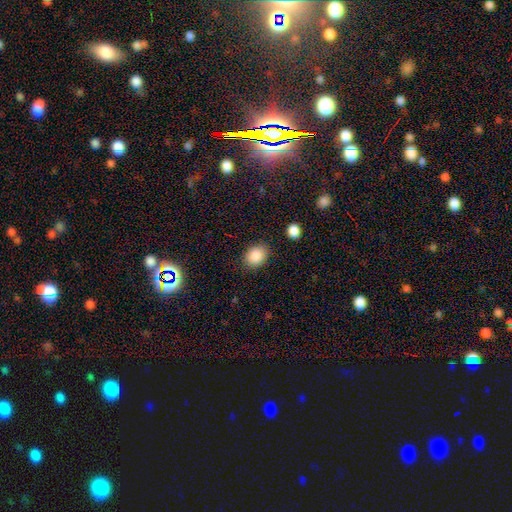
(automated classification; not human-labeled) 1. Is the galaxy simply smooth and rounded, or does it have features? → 87% smooth, 9% star or artifact, 4% featured or disk.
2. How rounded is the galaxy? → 52% in between, 47% round, 1% cigar-shaped.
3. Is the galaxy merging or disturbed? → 84% none, 11% minor disturbance, 3% major disturbance, 2% merger.